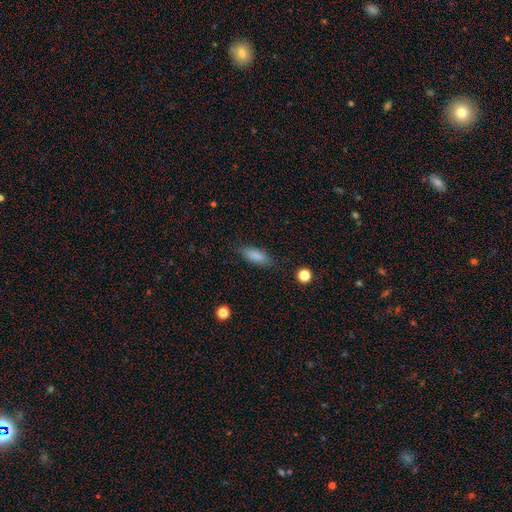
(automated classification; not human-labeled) Smooth or featured? smooth (86%)
How rounded? in between (70%)
Merging? none (84%)